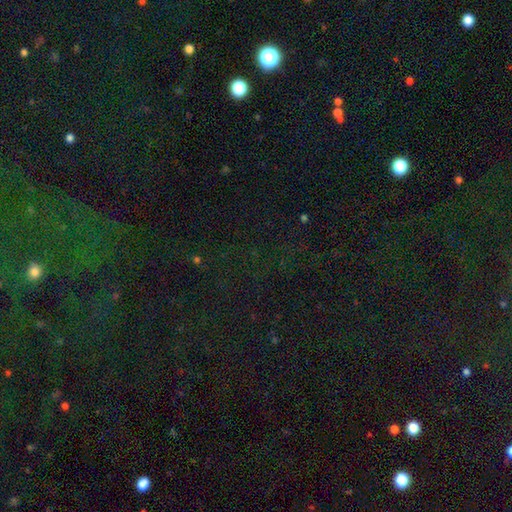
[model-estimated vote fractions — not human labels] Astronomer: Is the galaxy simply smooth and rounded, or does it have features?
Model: star or artifact — 79%.